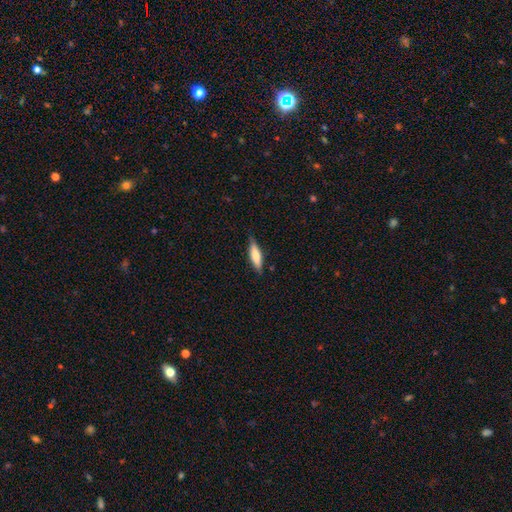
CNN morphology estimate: The model was most divided on "how rounded": cigar-shaped: 60%, in between: 38%, round: 2%. More confident: merging — none (82%); smooth or featured — smooth (64%).